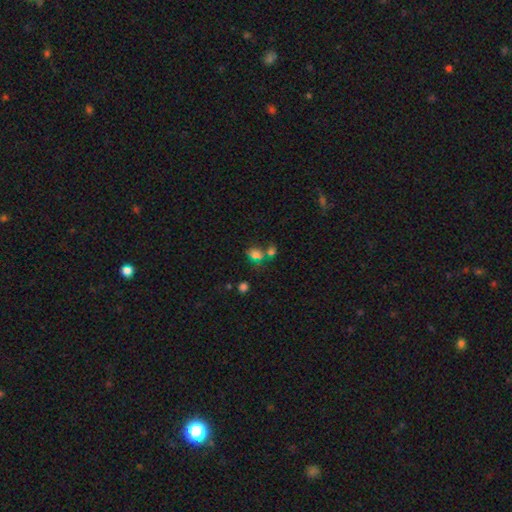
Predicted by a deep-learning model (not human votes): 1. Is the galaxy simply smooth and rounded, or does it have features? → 68% smooth, 21% star or artifact, 11% featured or disk.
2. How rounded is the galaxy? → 64% in between, 35% round, 2% cigar-shaped.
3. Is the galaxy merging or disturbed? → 40% none, 36% merger, 15% minor disturbance, 10% major disturbance.